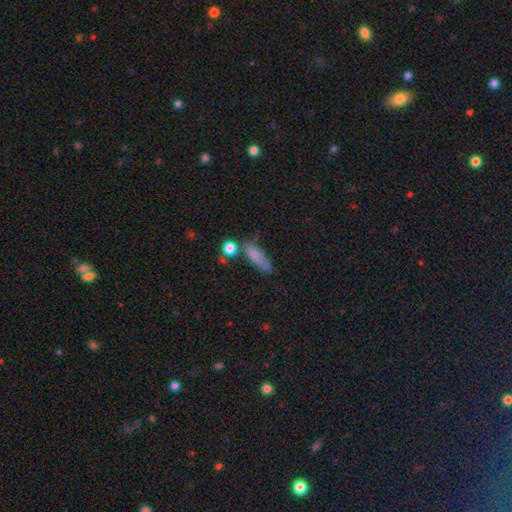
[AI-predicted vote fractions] Morphology: type=smooth (78%); roundness=cigar-shaped (56%); merging=none (57%).